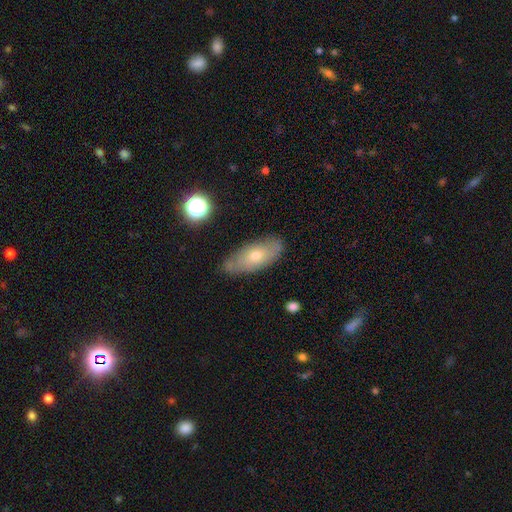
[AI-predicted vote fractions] A smooth galaxy with no disk features (54%) that is in between round and cigar-shaped (80%).

Vote fractions:
- Smooth or featured? smooth: 54% / featured or disk: 37% / star or artifact: 9%
- How rounded? in between: 80% / cigar-shaped: 16% / round: 4%
- Merging? none: 74% / minor disturbance: 20% / major disturbance: 4% / merger: 2%